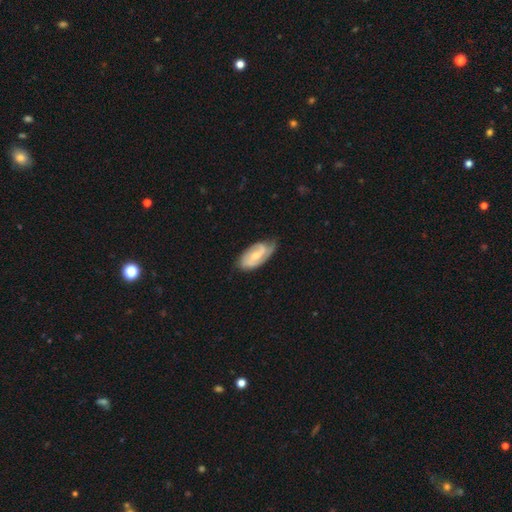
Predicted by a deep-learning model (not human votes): A featured or disk galaxy (72%) with a weak bar (45%), 2 (69%) medium (42%) spiral arms (93%) and a small central bulge (49%). Merging: none (65%).